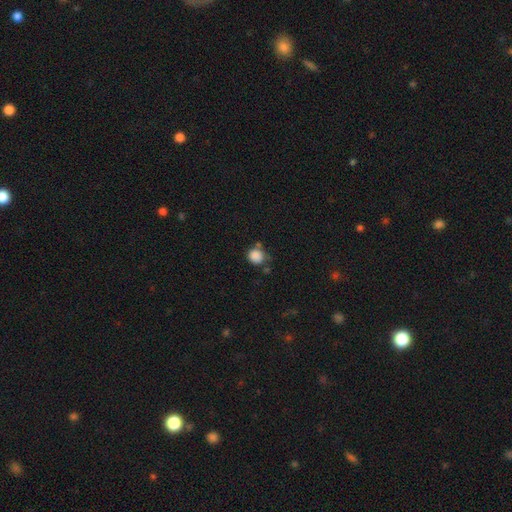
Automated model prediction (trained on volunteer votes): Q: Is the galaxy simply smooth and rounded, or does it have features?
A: smooth — 86%.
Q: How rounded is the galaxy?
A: round — 86%.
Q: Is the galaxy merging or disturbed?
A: none — 66%.